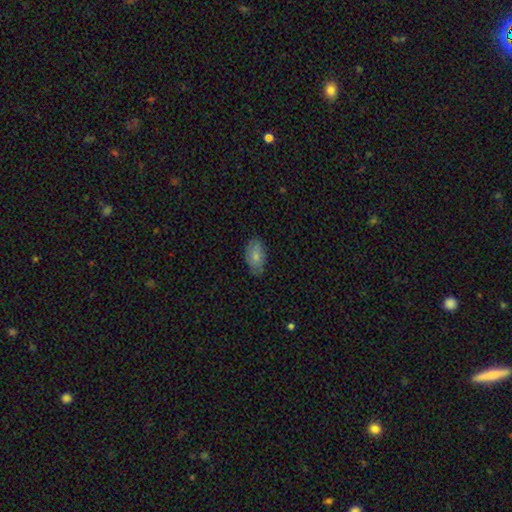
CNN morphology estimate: Overall: smooth (79%). How rounded: in between (93%). Merging: none (75%).